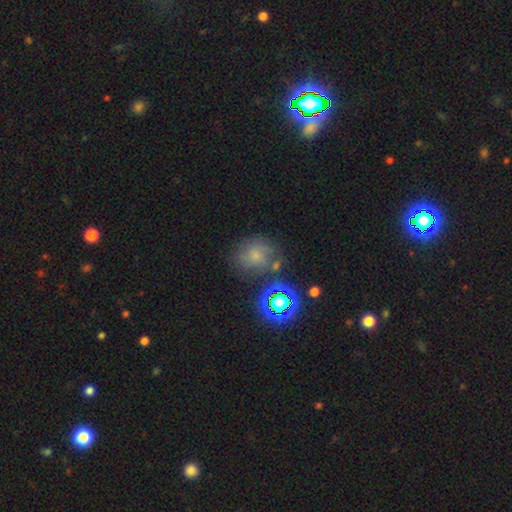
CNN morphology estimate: Smooth or featured? Predicted: smooth (p=0.53). How rounded? Predicted: round (p=0.69). Merging? Predicted: none (p=0.60).